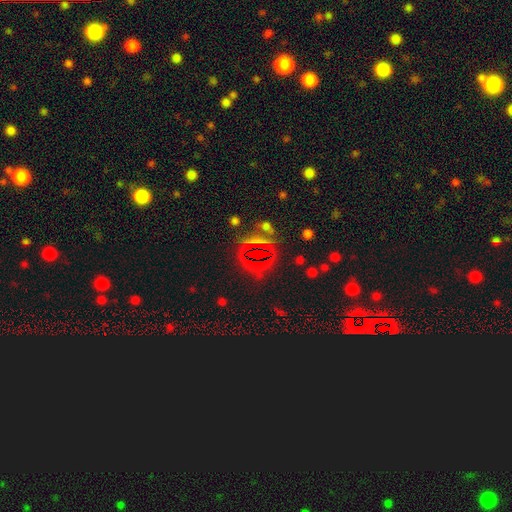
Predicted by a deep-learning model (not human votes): A star or artifact, not a galaxy (70%).

Vote fractions:
- Smooth or featured? star or artifact: 70% / smooth: 20% / featured or disk: 10%